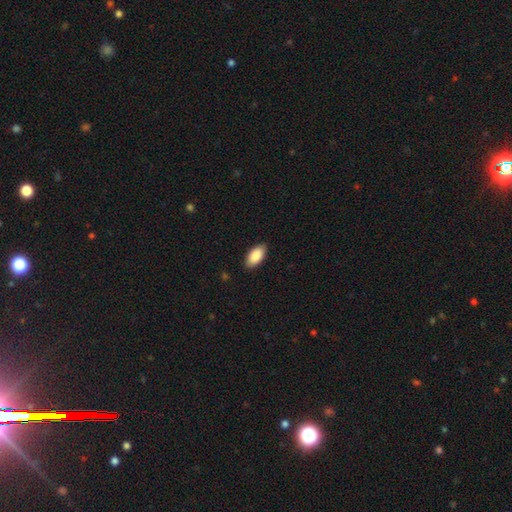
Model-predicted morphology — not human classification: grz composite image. It shows a smooth galaxy with no disk features (88%) that is in between round and cigar-shaped (94%). Merging: none (87%).